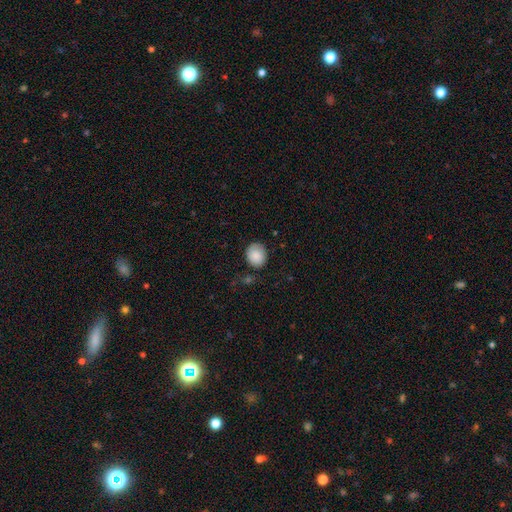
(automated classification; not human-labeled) Morphology: type=smooth (87%); roundness=round (71%); merging=none (75%).